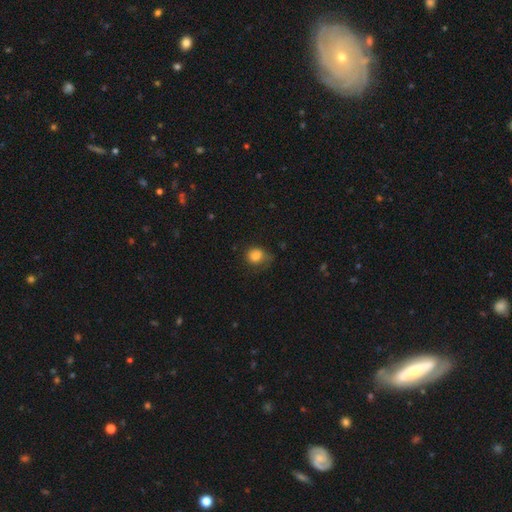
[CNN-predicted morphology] Smooth or featured? smooth (81%)
How rounded? round (71%)
Merging? none (55%)